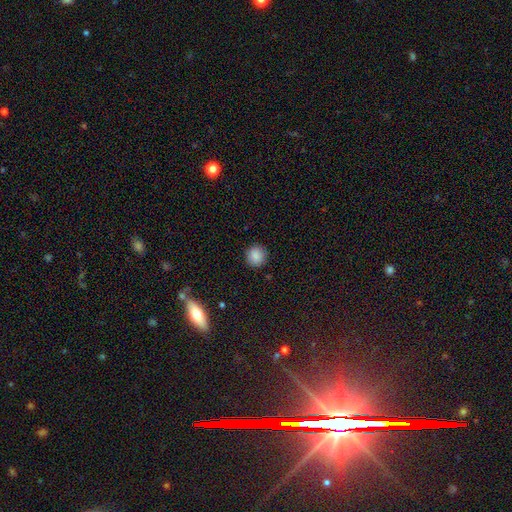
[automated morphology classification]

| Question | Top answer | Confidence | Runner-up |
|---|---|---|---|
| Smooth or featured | smooth | 87% | star or artifact (9%) |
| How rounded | round | 91% | in between (8%) |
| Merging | none | 90% | minor disturbance (7%) |